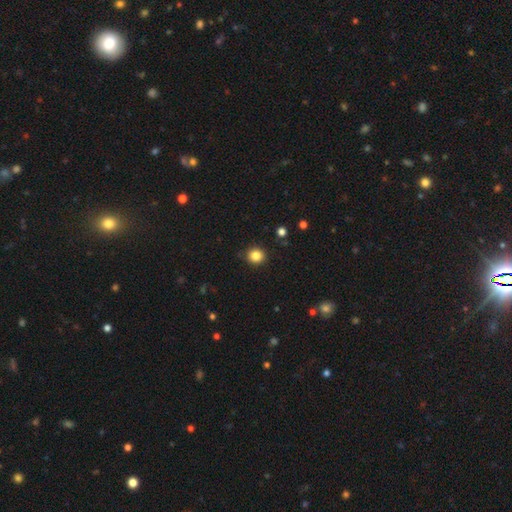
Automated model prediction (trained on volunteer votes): The model was most divided on "smooth or featured": smooth: 84%, star or artifact: 11%, featured or disk: 4%. More confident: merging — none (90%); how rounded — round (89%).